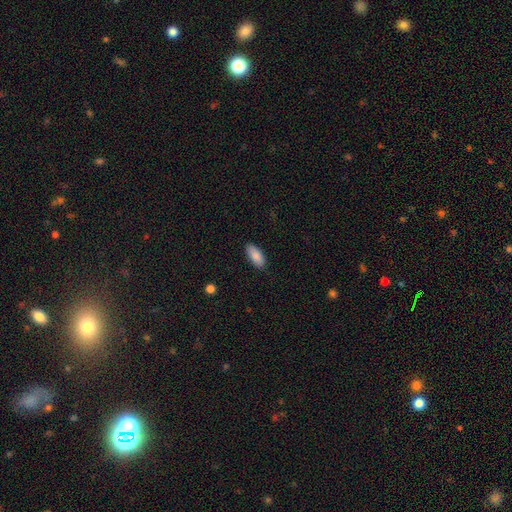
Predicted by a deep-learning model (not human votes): A smooth galaxy with no disk features (89%) that is in between round and cigar-shaped (86%). Merging: none (88%).